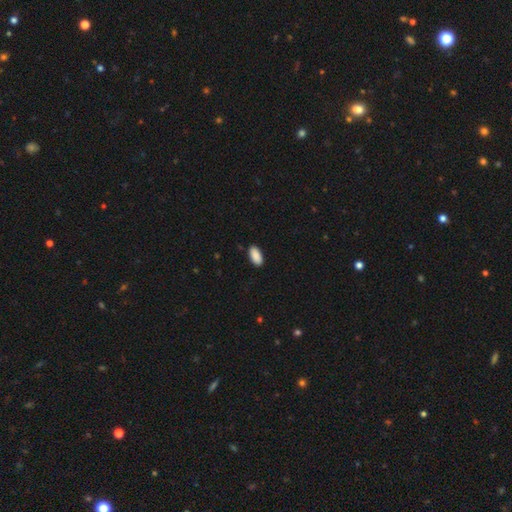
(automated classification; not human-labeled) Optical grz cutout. It shows a smooth galaxy with no disk features (90%) that is in between round and cigar-shaped (93%). Merging: none (89%).